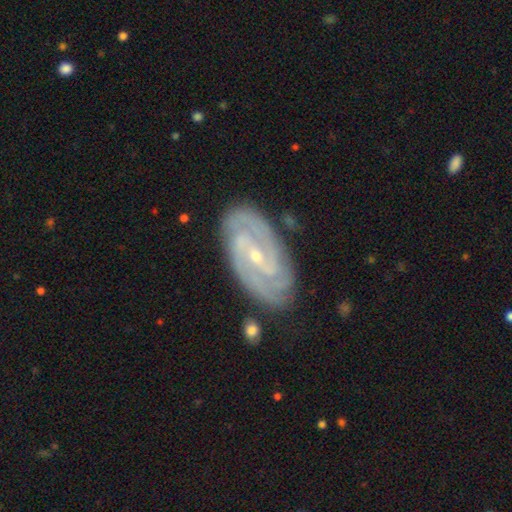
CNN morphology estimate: Smooth or featured? featured or disk (90%)
Edge-on disk? no (96%)
Bar? weak (43%)
Spiral arms? yes (98%)
Spiral winding? tight (64%)
Spiral arm count? 2 (51%)
Bulge size? small (72%)
Merging? none (83%)